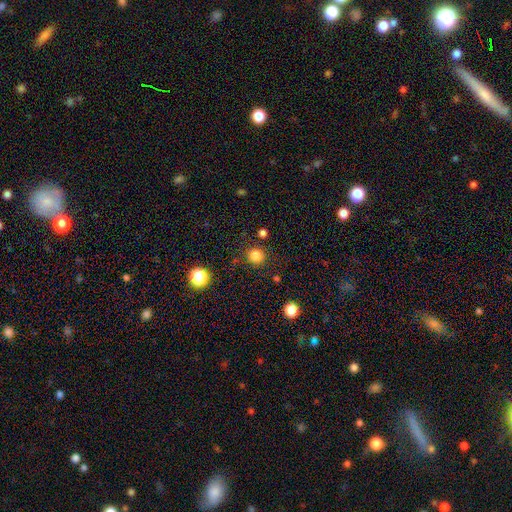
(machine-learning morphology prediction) Overall: smooth (82%). How rounded: round (93%). Merging: none (86%).